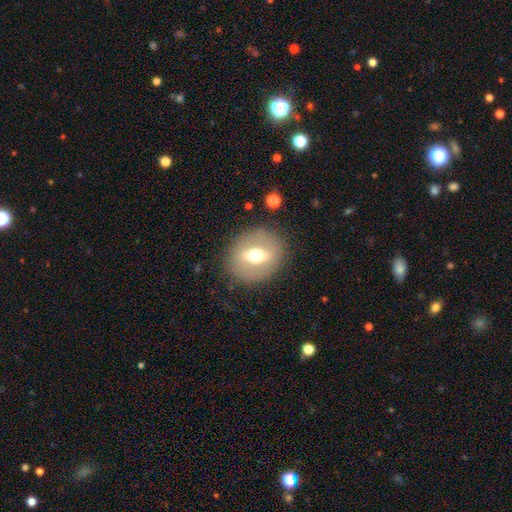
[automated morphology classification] Smooth or featured? featured or disk (48%)
Merging? none (84%)